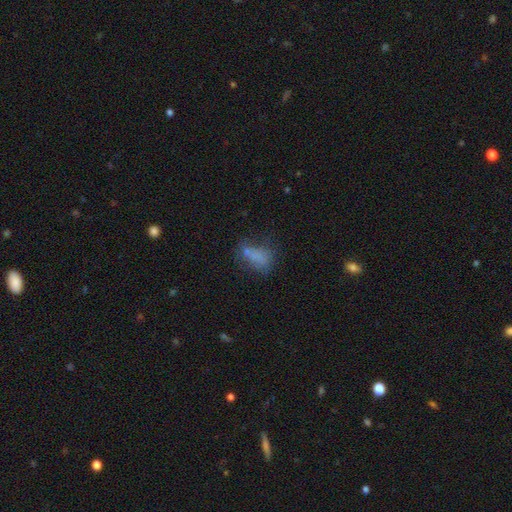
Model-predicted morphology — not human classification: A smooth galaxy with no disk features (64%) that is in between round and cigar-shaped (81%).

Vote fractions:
- Smooth or featured? smooth: 64% / featured or disk: 21% / star or artifact: 15%
- How rounded? in between: 81% / round: 11% / cigar-shaped: 8%
- Merging? none: 39% / major disturbance: 23% / minor disturbance: 23% / merger: 14%